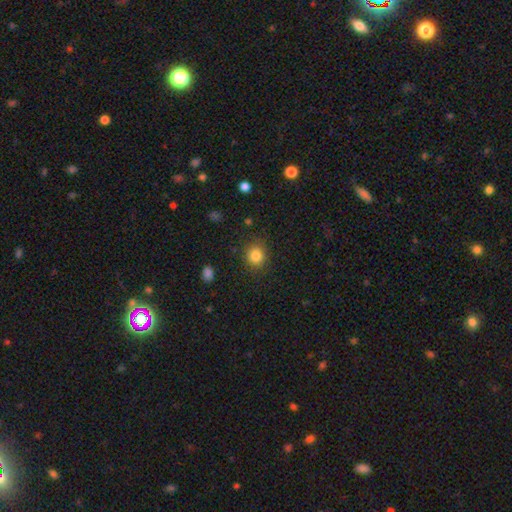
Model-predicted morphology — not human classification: type=smooth (84%); roundness=round (80%); merging=none (86%).